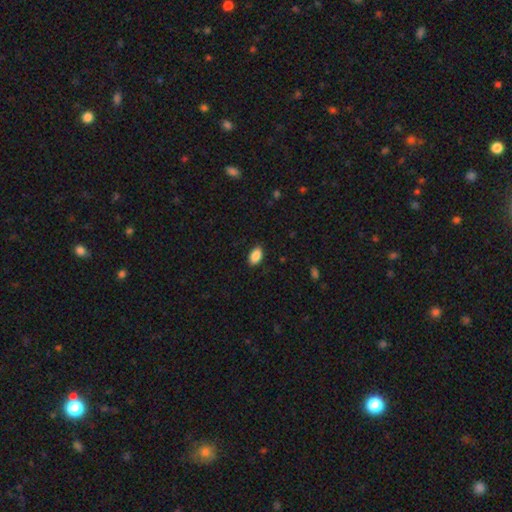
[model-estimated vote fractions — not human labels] The model was most divided on "merging": none: 88%, minor disturbance: 9%, major disturbance: 2%, merger: 1%. More confident: how rounded — in between (92%); smooth or featured — smooth (89%).